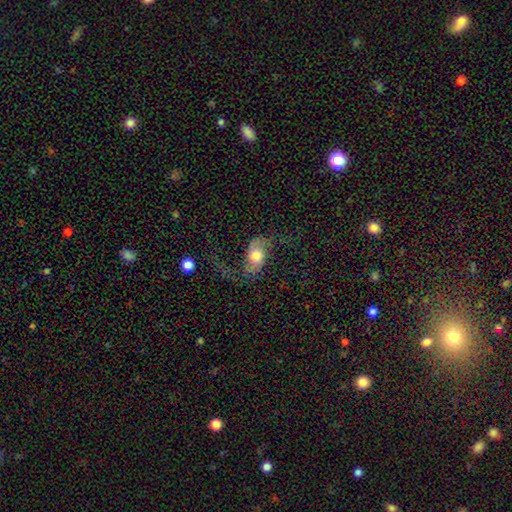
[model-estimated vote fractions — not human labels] The model was most divided on "merging": none: 51%, major disturbance: 27%, minor disturbance: 20%, merger: 3%. More confident: edge-on disk — no (92%); spiral arms — yes (83%); bar — no (68%); bulge size — moderate (62%); smooth or featured — featured or disk (61%).